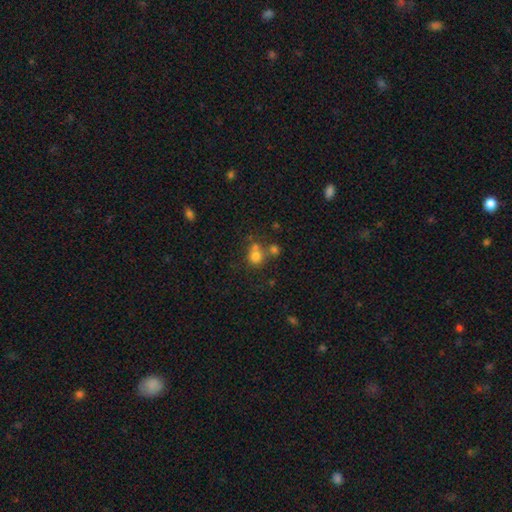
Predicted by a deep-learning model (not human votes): Q: Smooth or featured?
A: smooth (73%); runner-up: star or artifact (15%)
Q: How rounded?
A: round (81%); runner-up: in between (18%)
Q: Merging?
A: none (47%); runner-up: merger (38%)